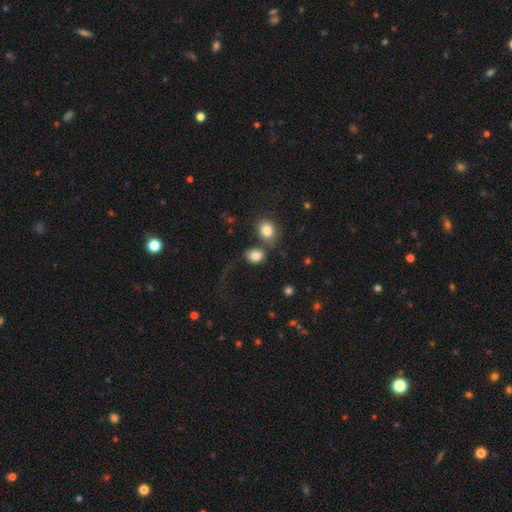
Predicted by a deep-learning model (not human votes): Morphology: type=smooth (82%); roundness=in between (52%); merging=none (43%).